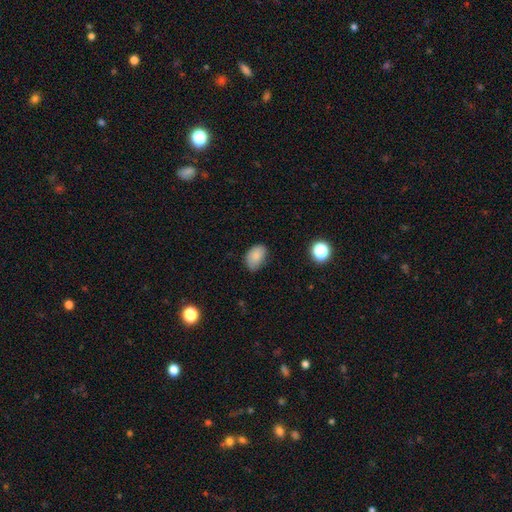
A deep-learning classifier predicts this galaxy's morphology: smooth_or_featured: smooth (p=0.84) [alt: star or artifact p=0.09]
how_rounded: in between (p=0.86) [alt: round p=0.13]
merging: none (p=0.69) [alt: minor disturbance p=0.25]